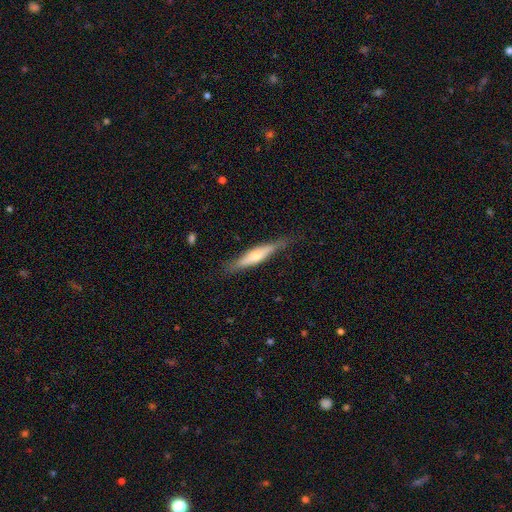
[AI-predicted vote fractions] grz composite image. It shows a featured or disk galaxy (56%) viewed edge-on (93%) with a rounded central bulge (82%). Merging: none (79%).